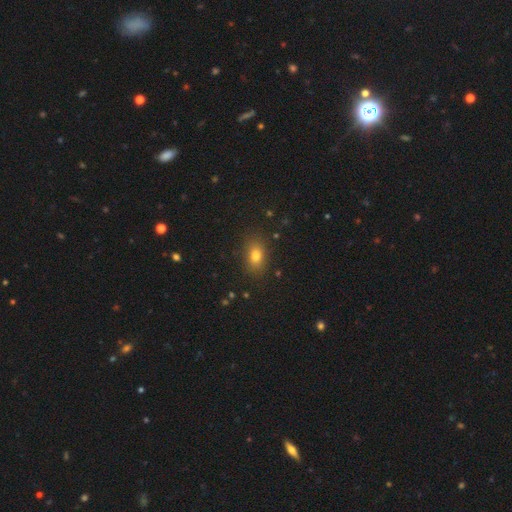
Smooth or featured? smooth (79%)
How rounded? in between (97%)
Merging? none (89%)